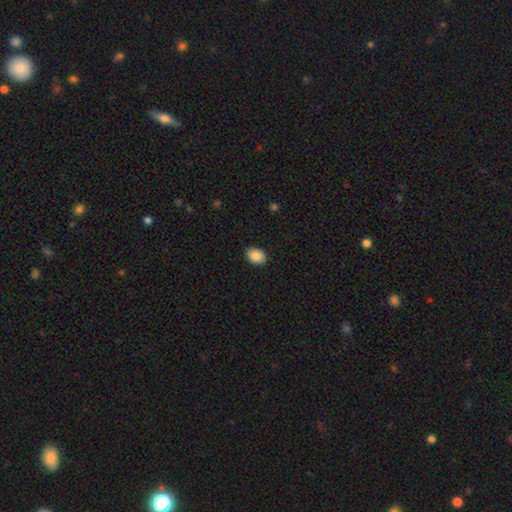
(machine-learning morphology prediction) The model was most divided on "how rounded": in between: 69%, round: 30%, cigar-shaped: 1%. More confident: merging — none (90%); smooth or featured — smooth (87%).